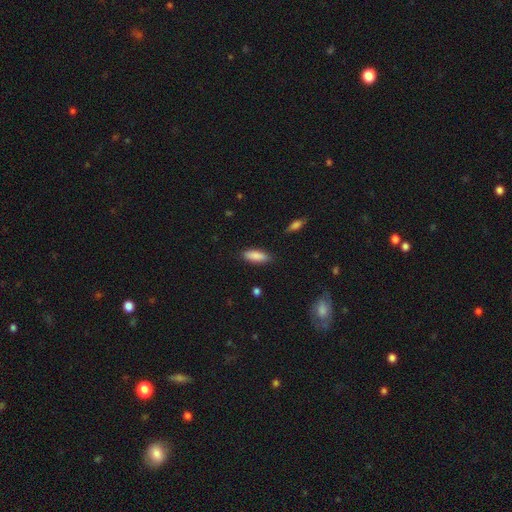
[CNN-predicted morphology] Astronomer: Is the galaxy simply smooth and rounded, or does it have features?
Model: smooth — 87%.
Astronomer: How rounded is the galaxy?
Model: in between — 67%.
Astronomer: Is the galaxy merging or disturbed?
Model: none — 85%.